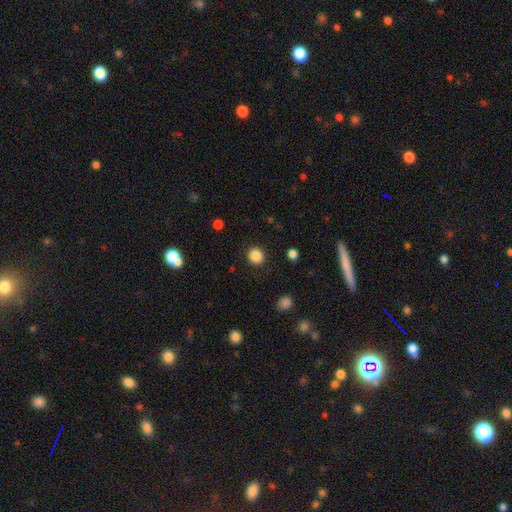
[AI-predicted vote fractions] This appears to be a smooth galaxy with no disk features (86%) that is round (89%). Merging: none (91%).